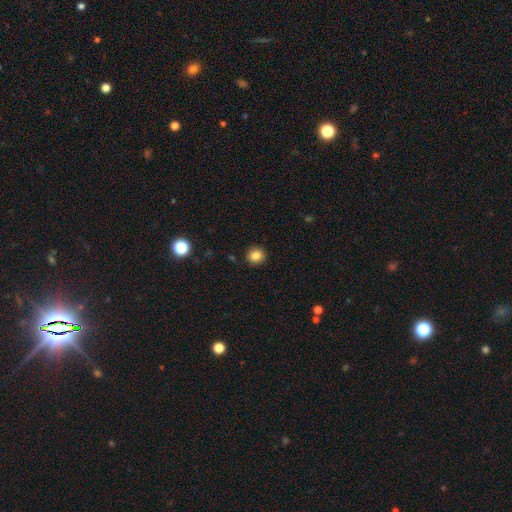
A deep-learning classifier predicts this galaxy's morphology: type=smooth (84%); roundness=round (92%); merging=none (92%).